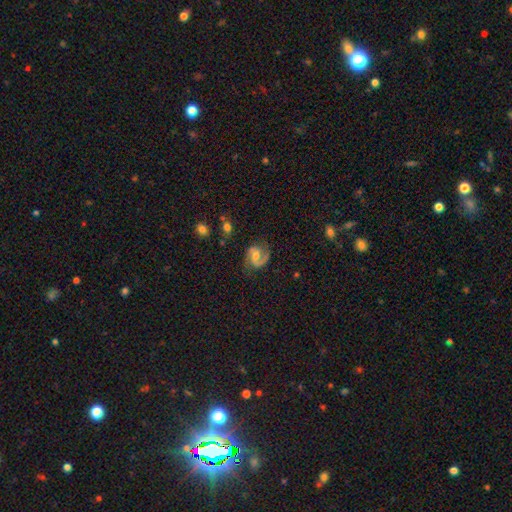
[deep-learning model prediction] smooth_or_featured: featured or disk (p=0.86) [alt: smooth p=0.08]
disk_edge_on: no (p=0.98) [alt: yes p=0.02]
bar: weak (p=0.48) [alt: no p=0.35]
has_spiral_arms: yes (p=0.97) [alt: no p=0.03]
spiral_winding: medium (p=0.57) [alt: loose p=0.23]
spiral_arm_count: 2 (p=0.88) [alt: 1 p=0.07]
bulge_size: moderate (p=0.57) [alt: small p=0.35]
merging: none (p=0.75) [alt: minor disturbance p=0.16]